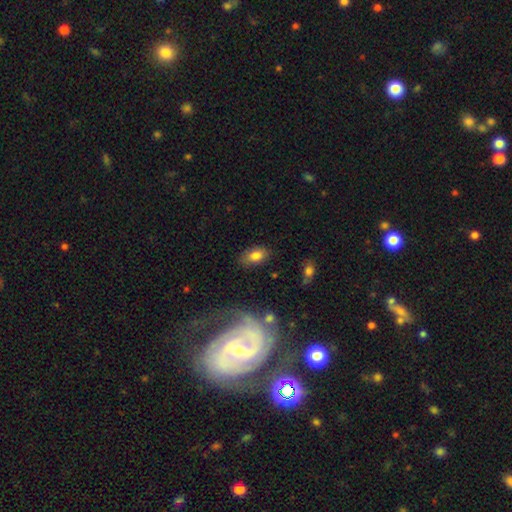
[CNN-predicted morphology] Q: Smooth or featured?
A: smooth (79%); runner-up: featured or disk (12%)
Q: How rounded?
A: in between (91%); runner-up: round (6%)
Q: Merging?
A: none (80%); runner-up: minor disturbance (15%)